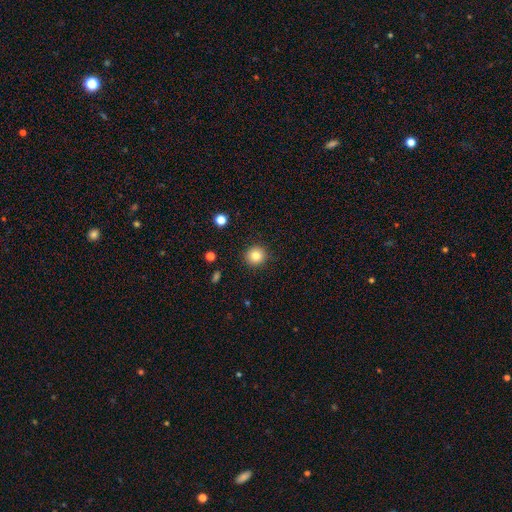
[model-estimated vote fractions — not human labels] The model was most divided on "smooth or featured": smooth: 83%, star or artifact: 11%, featured or disk: 7%. More confident: how rounded — round (93%); merging — none (91%).